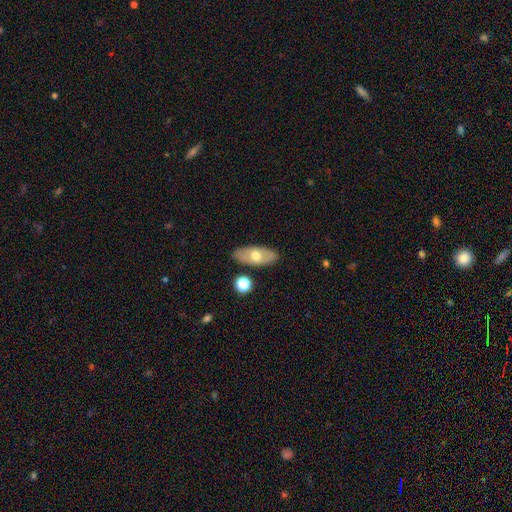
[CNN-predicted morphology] Smooth or featured? Predicted: smooth (p=0.58). How rounded? Predicted: in between (p=0.84). Merging? Predicted: none (p=0.85).